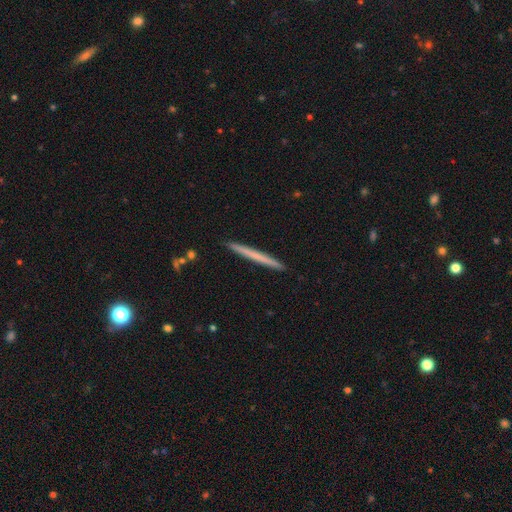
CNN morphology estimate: smooth-or-featured: smooth: 57% | featured or disk: 38% | star or artifact: 5%
  how-rounded: cigar-shaped: 97% | in between: 1% | round: 1%
  merging: none: 93% | minor disturbance: 5% | merger: 1% | major disturbance: 1%